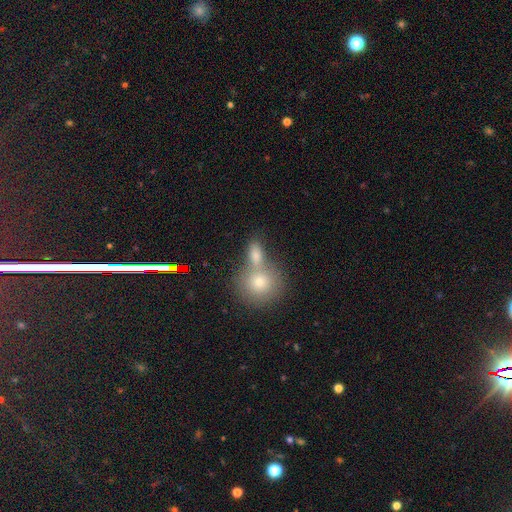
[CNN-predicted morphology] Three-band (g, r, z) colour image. It shows a smooth galaxy with no disk features (77%) that is in between round and cigar-shaped (58%). Merging: merger (47%).